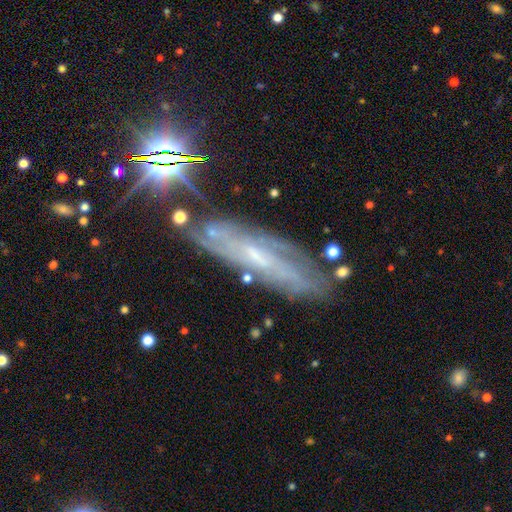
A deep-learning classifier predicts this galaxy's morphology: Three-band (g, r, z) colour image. It shows a featured or disk galaxy (70%). Merging: none (76%).